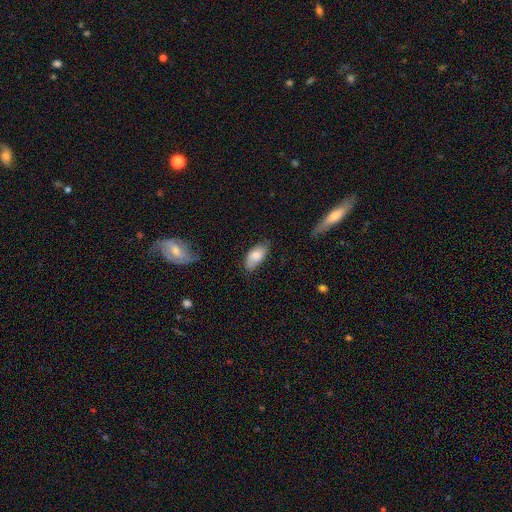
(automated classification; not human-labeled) smooth_or_featured: smooth (p=0.79) [alt: featured or disk p=0.15]
how_rounded: in between (p=0.93) [alt: cigar-shaped p=0.04]
merging: none (p=0.68) [alt: minor disturbance p=0.25]